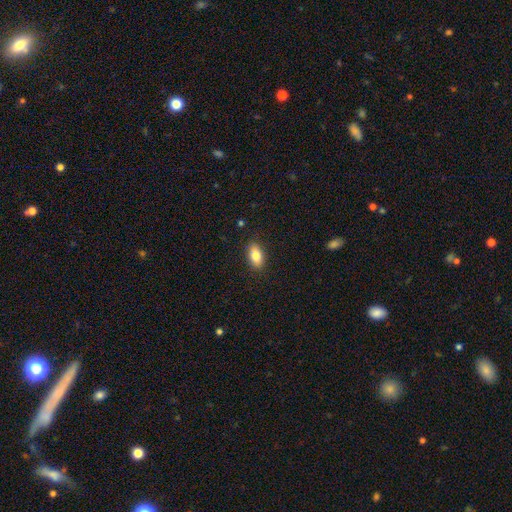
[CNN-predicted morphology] The model was most divided on "smooth or featured": smooth: 83%, featured or disk: 10%, star or artifact: 7%. More confident: how rounded — in between (90%); merging — none (88%).